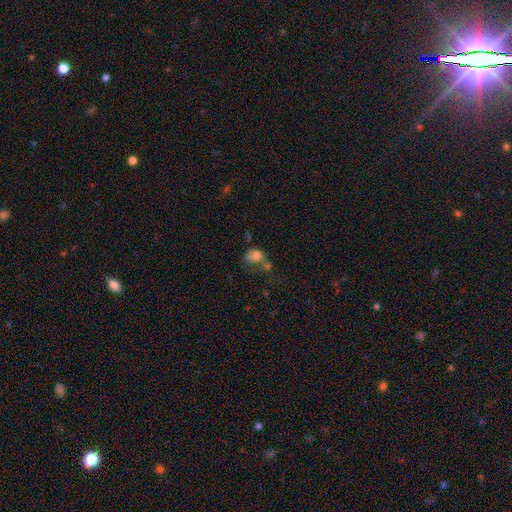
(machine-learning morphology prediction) Smooth or featured: smooth — 74% (featured or disk — 14%)
How rounded: in between — 61% (round — 38%)
Merging: merger — 38% (none — 27%)